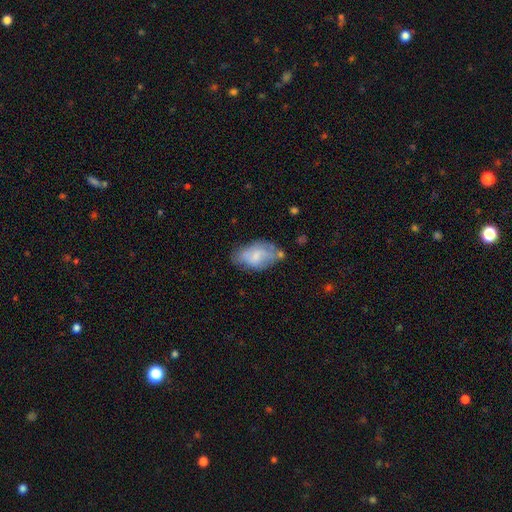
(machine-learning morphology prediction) Smooth or featured? smooth (59%)
How rounded? in between (93%)
Merging? none (50%)